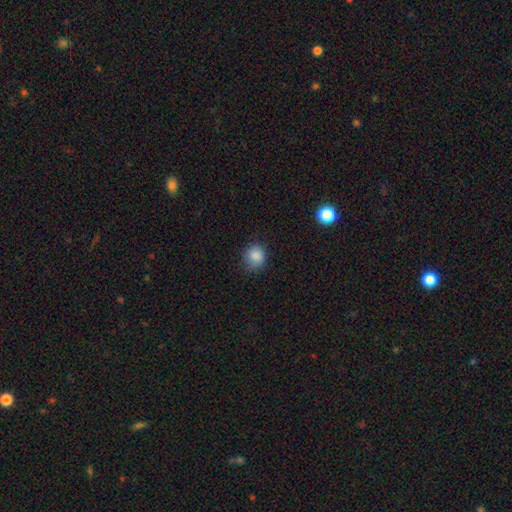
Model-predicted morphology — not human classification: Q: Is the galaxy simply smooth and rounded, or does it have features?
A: smooth — 86%.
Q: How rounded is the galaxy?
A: round — 79%.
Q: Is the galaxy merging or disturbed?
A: none — 77%.